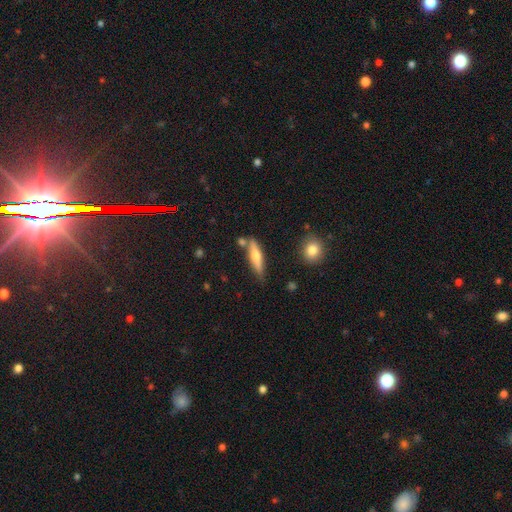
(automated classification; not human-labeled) Overall: smooth (52%; featured or disk 41%). How rounded: cigar-shaped (75%). Merging: none (73%).